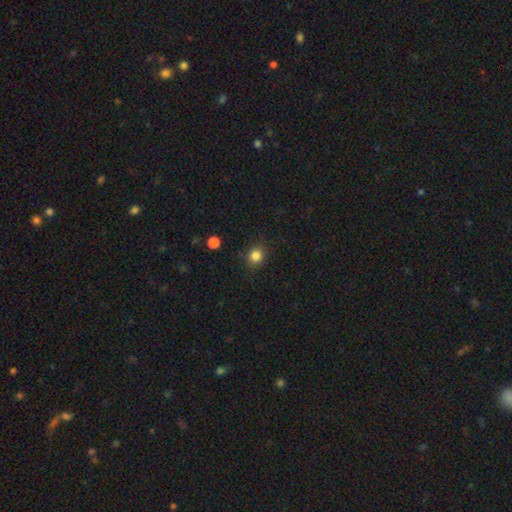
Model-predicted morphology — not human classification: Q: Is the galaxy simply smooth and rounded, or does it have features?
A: smooth — 84%.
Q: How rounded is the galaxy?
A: round — 85%.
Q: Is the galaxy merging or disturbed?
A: none — 86%.